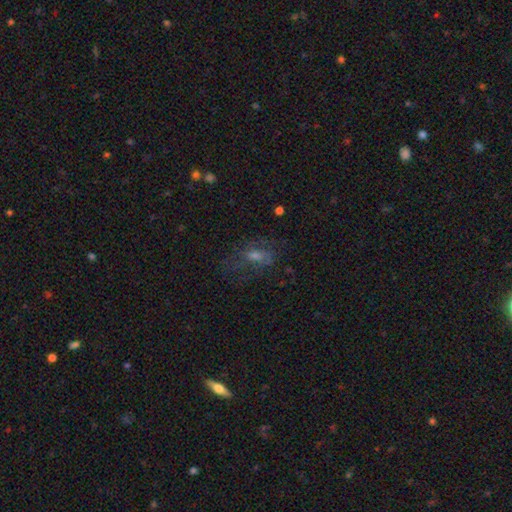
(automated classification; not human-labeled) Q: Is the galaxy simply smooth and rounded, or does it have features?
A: featured or disk — 41%.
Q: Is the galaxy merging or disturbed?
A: none — 55%.